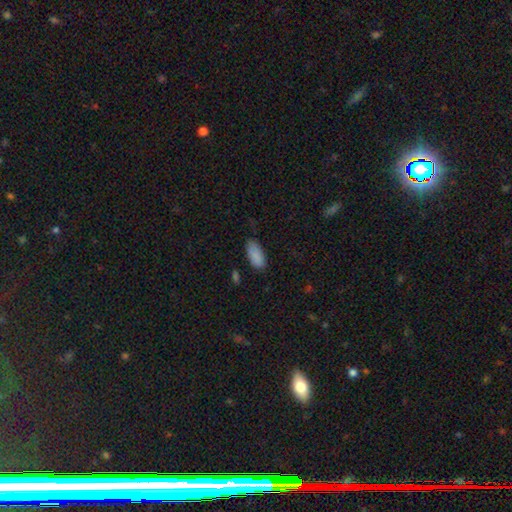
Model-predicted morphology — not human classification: The model was most divided on "merging": none: 70%, minor disturbance: 24%, major disturbance: 4%, merger: 2%. More confident: how rounded — in between (91%); smooth or featured — smooth (88%).